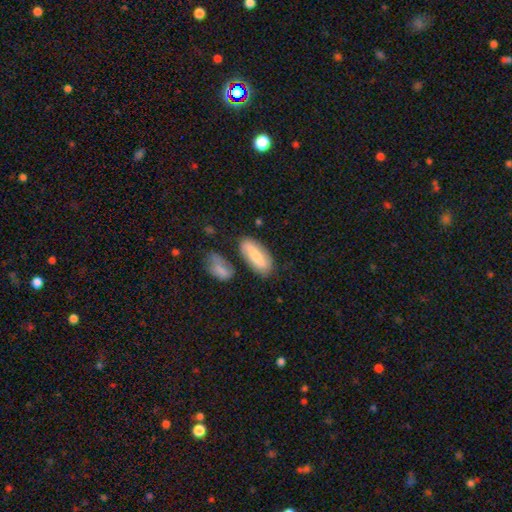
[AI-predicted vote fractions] Smooth or featured? Predicted: smooth (p=0.61). How rounded? Predicted: in between (p=0.78). Merging? Predicted: none (p=0.73).